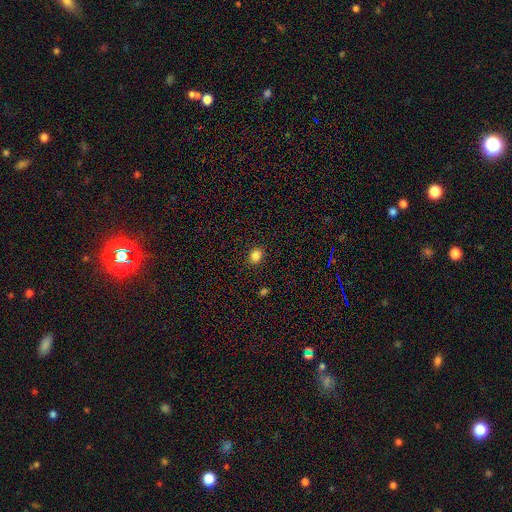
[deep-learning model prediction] The model was most divided on "how rounded": round: 66%, in between: 33%, cigar-shaped: 1%. More confident: merging — none (90%); smooth or featured — smooth (83%).